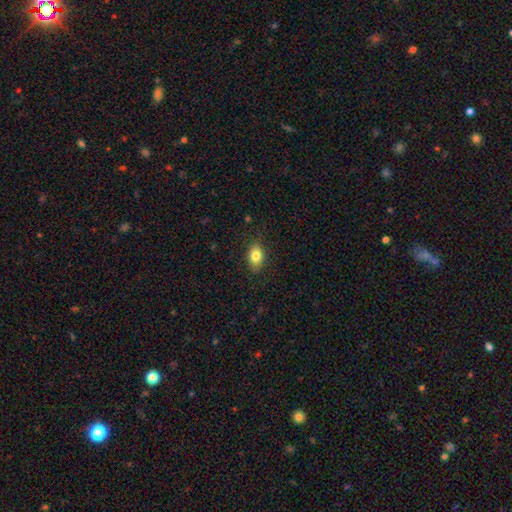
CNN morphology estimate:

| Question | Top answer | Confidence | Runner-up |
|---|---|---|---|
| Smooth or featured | smooth | 82% | featured or disk (10%) |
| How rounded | in between | 82% | round (16%) |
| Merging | none | 85% | minor disturbance (11%) |